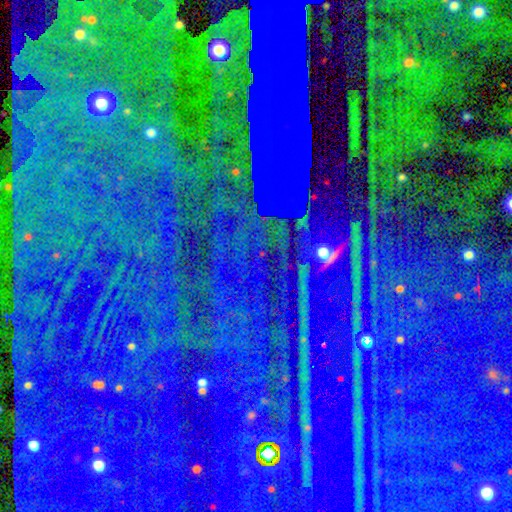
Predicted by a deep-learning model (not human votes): Morphology: type=star or artifact (84%).